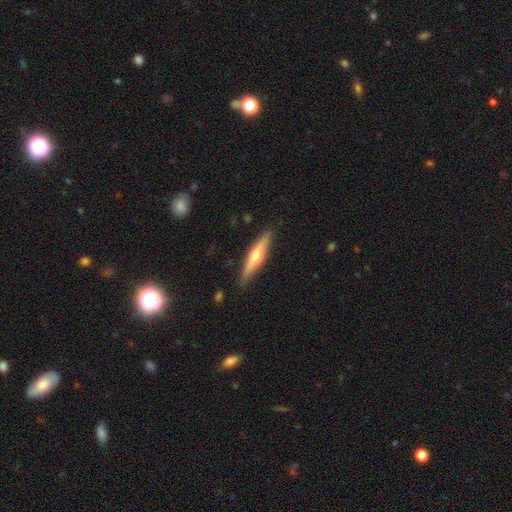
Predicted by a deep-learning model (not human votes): This appears to be a featured or disk galaxy (59%) viewed edge-on (94%) with a rounded central bulge (90%). Merging: none (88%).